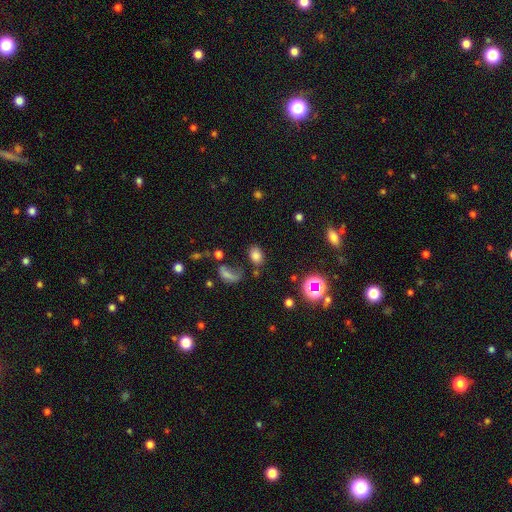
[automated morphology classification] Smooth or featured? Predicted: smooth (p=0.72). How rounded? Predicted: in between (p=0.73). Merging? Predicted: none (p=0.65).